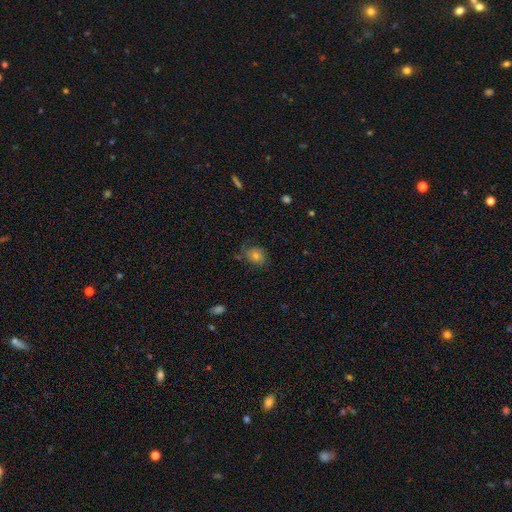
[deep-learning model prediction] Morphology: type=smooth (48%); merging=none (68%).